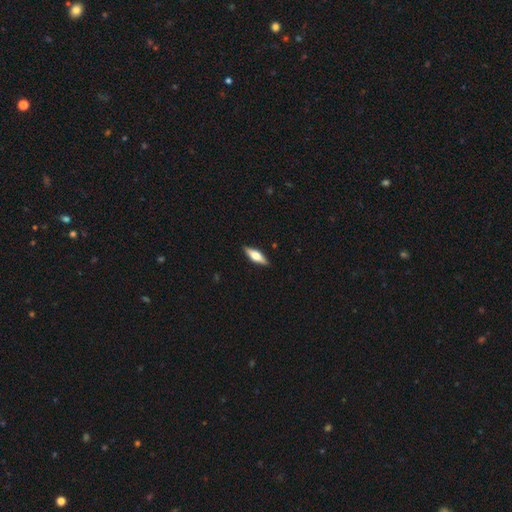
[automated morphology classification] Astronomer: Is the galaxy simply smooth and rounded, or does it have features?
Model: featured or disk — 51% (runner-up: smooth, 44%).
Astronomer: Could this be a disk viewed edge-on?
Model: yes — 93%.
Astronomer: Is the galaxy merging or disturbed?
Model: none — 90%.